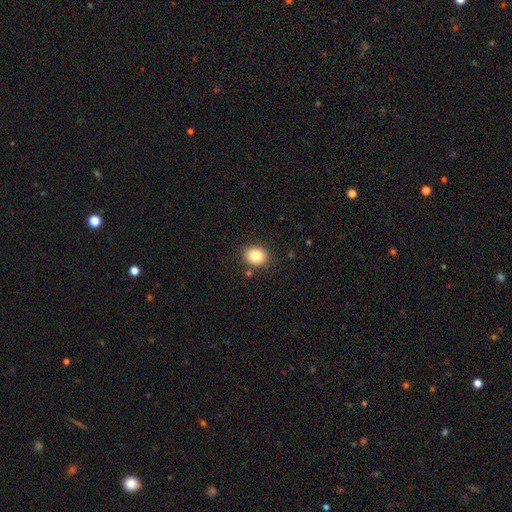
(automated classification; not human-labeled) Smooth or featured? Predicted: smooth (p=0.84). How rounded? Predicted: round (p=0.61). Merging? Predicted: none (p=0.85).